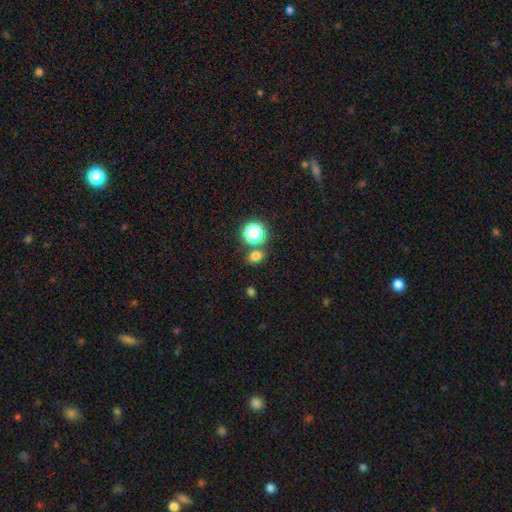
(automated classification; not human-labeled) The model was most divided on "how rounded": round: 52%, in between: 47%, cigar-shaped: 1%. More confident: merging — none (74%); smooth or featured — smooth (72%).